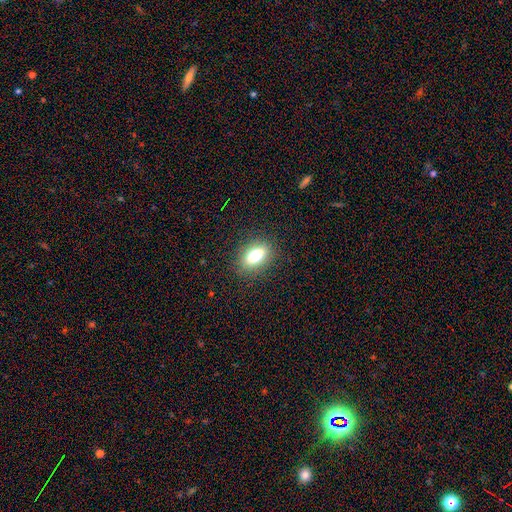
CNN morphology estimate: Q: Smooth or featured?
A: smooth (75%); runner-up: featured or disk (15%)
Q: How rounded?
A: in between (81%); runner-up: round (10%)
Q: Merging?
A: none (86%); runner-up: minor disturbance (10%)